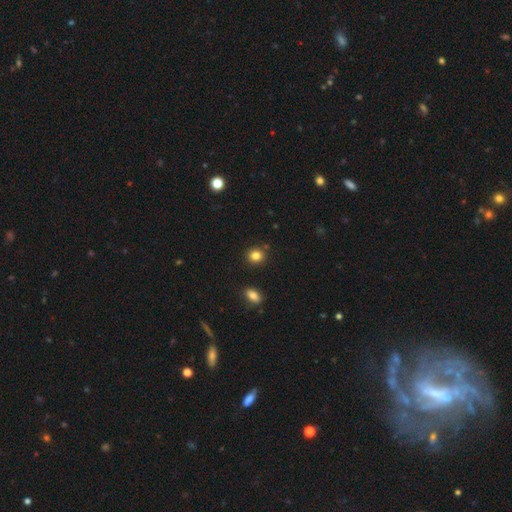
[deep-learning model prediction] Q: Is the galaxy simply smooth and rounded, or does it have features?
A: smooth — 84%.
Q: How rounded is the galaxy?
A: round — 84%.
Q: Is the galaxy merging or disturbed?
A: none — 87%.